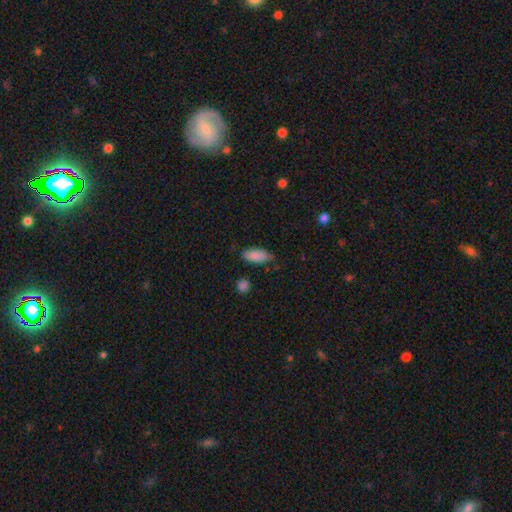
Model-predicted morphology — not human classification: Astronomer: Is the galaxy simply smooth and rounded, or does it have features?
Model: smooth — 86%.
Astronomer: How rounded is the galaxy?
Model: in between — 84%.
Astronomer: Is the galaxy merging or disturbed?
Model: none — 75%.